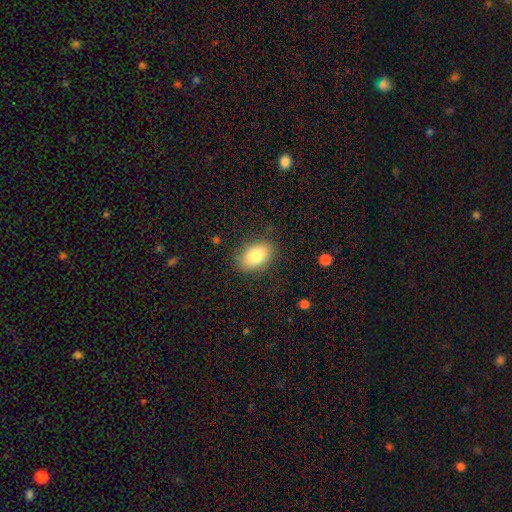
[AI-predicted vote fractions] Smooth or featured? Predicted: smooth (p=0.82). How rounded? Predicted: in between (p=0.88). Merging? Predicted: none (p=0.84).